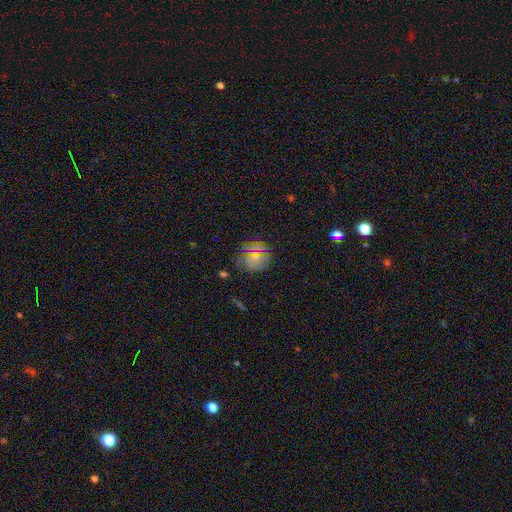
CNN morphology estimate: Smooth or featured? Predicted: smooth (p=0.42). Merging? Predicted: none (p=0.73).